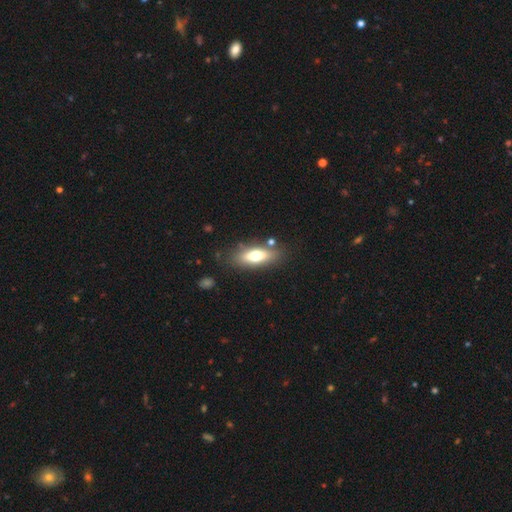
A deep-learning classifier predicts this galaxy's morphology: Smooth or featured: smooth — 62% (featured or disk — 31%)
How rounded: in between — 66% (cigar-shaped — 31%)
Merging: none — 78% (minor disturbance — 13%)